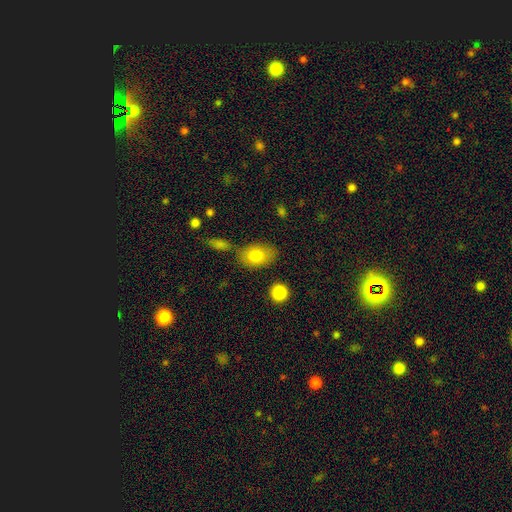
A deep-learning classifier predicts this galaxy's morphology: Smooth or featured: smooth — 79% (featured or disk — 13%)
How rounded: in between — 82% (round — 16%)
Merging: none — 66% (minor disturbance — 16%)